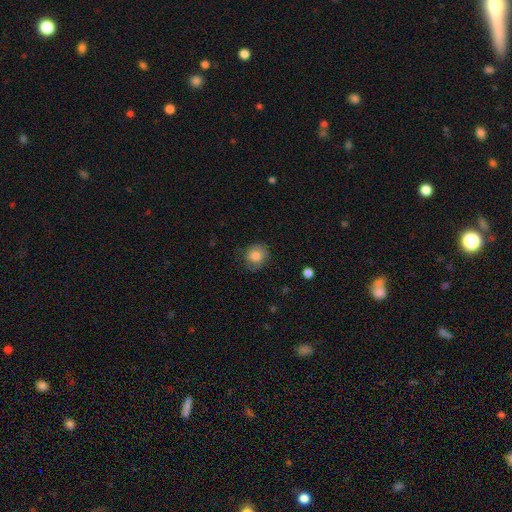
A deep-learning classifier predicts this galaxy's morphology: smooth_or_featured: smooth (p=0.80) [alt: featured or disk p=0.11]
how_rounded: round (p=0.74) [alt: in between p=0.25]
merging: none (p=0.75) [alt: minor disturbance p=0.19]